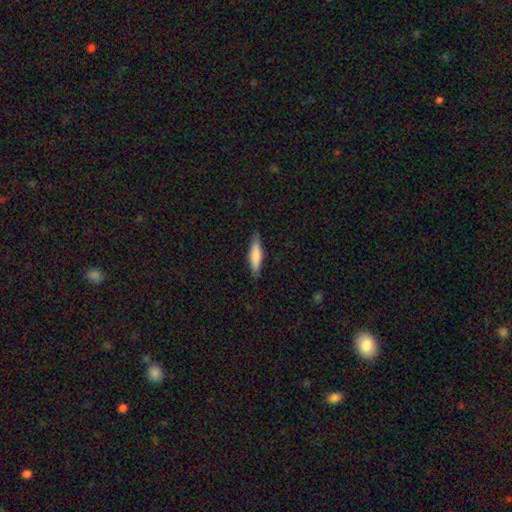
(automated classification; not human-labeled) Morphology: type=smooth (76%); roundness=cigar-shaped (70%); merging=none (81%).